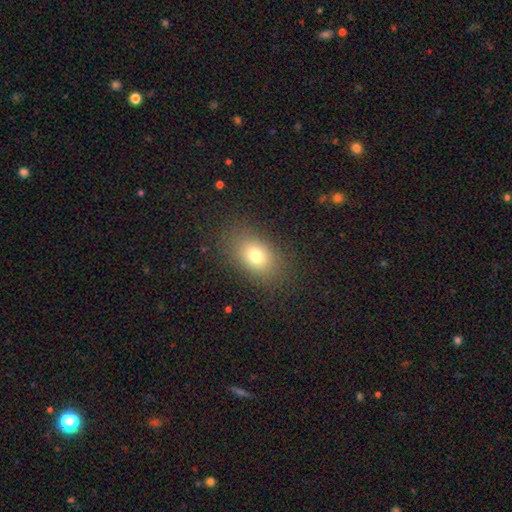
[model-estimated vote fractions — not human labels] A smooth galaxy with no disk features (75%) that is in between round and cigar-shaped (79%). Merging: none (85%).